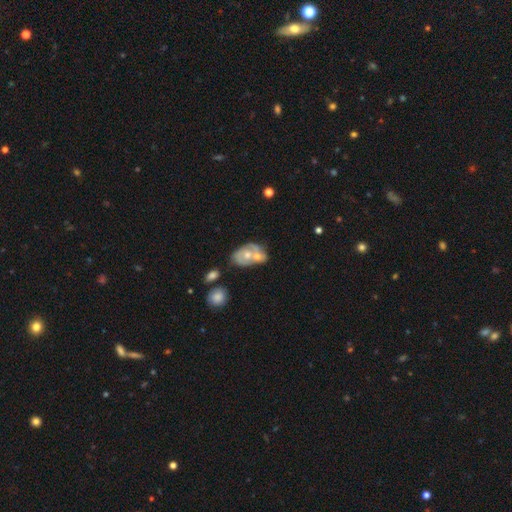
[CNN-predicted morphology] type=featured or disk (54%); edge-on=no (95%); bar=no (85%); spiral arms=no (60%); bulge=moderate (59%); merging=merger (46%).